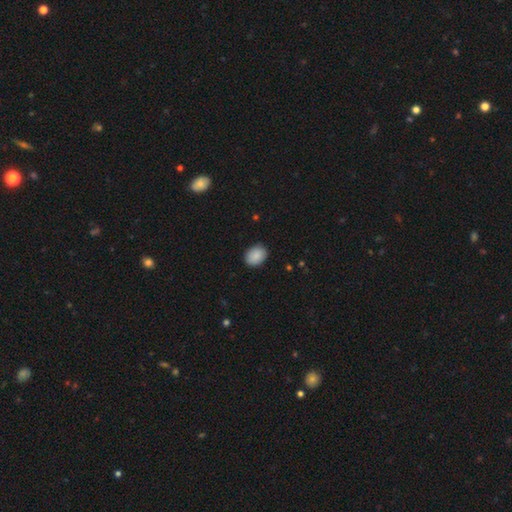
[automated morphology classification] smooth_or_featured: smooth (p=0.89) [alt: star or artifact p=0.07]
how_rounded: in between (p=0.70) [alt: round p=0.29]
merging: none (p=0.88) [alt: minor disturbance p=0.09]